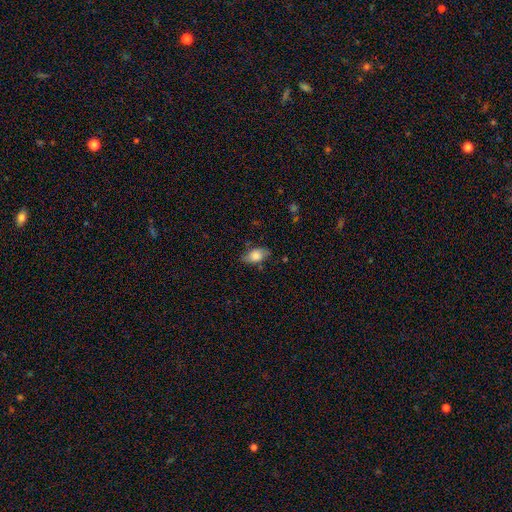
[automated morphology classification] smooth-or-featured: smooth: 78% | featured or disk: 14% | star or artifact: 8%
  how-rounded: in between: 87% | round: 10% | cigar-shaped: 3%
  merging: none: 68% | minor disturbance: 24% | major disturbance: 6% | merger: 2%